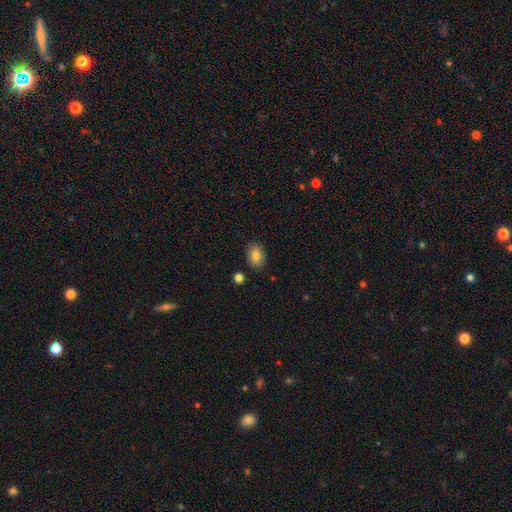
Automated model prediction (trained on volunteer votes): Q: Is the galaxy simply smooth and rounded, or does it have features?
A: smooth — 81%.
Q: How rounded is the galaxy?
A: in between — 84%.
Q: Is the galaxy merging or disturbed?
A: none — 85%.